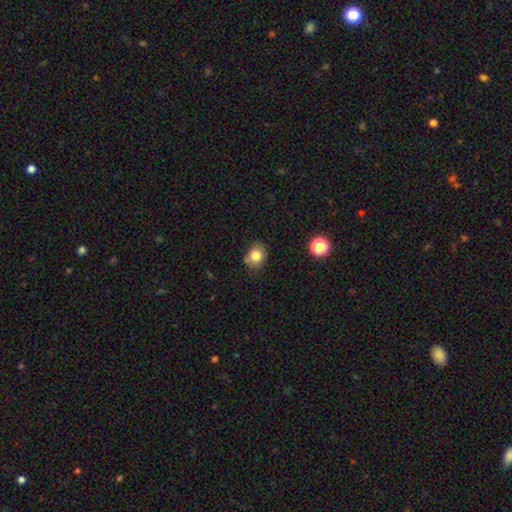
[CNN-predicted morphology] smooth 80%, star or artifact 11%, featured or disk 9%. Down the decision tree: how rounded — round (57%); merging — none (74%).